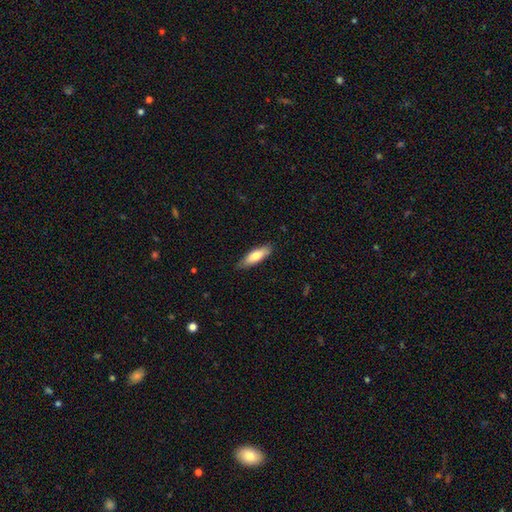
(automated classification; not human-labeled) Smooth or featured?
  - smooth: 72% *
  - featured or disk: 22%
  - star or artifact: 6%
How rounded?
  - in between: 50% *
  - cigar-shaped: 48%
  - round: 2%
Merging?
  - none: 84% *
  - minor disturbance: 13%
  - major disturbance: 2%
  - merger: 1%